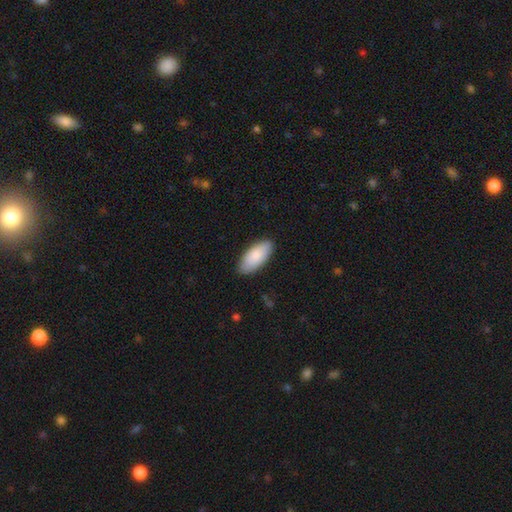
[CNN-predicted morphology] The model was most divided on "merging": none: 86%, minor disturbance: 11%, major disturbance: 2%, merger: 1%. More confident: how rounded — in between (90%); smooth or featured — smooth (86%).